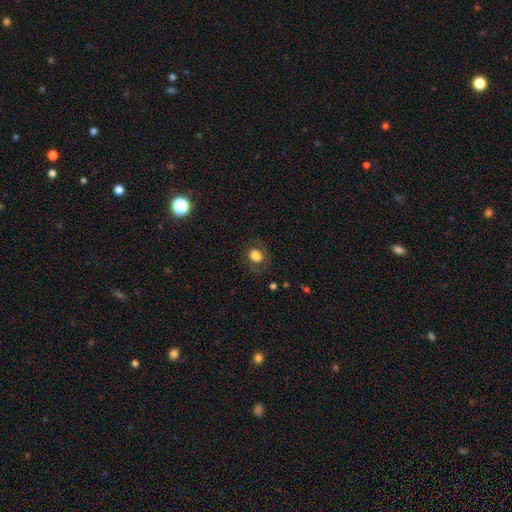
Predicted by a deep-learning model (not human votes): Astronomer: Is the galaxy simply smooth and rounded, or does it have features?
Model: smooth — 70%.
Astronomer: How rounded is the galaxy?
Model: in between — 54% (runner-up: round, 45%).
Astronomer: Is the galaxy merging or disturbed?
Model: none — 75%.